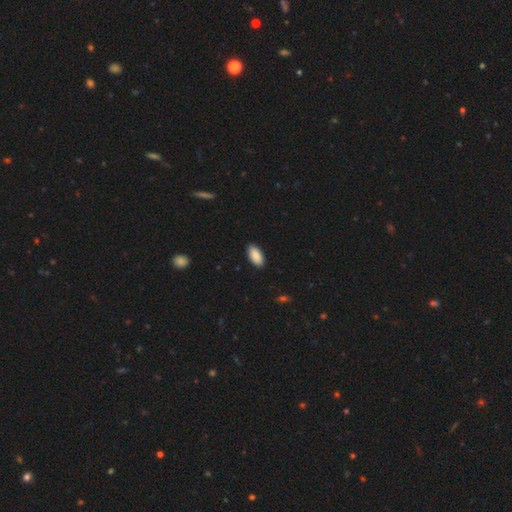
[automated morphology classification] smooth 89%, star or artifact 6%, featured or disk 5%. Down the decision tree: how rounded — in between (93%); merging — none (90%).